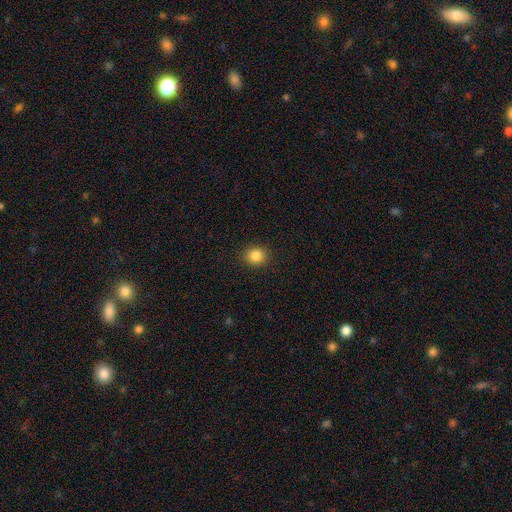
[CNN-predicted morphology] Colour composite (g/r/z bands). It shows a smooth galaxy with no disk features (85%) that is round (79%). Merging: none (91%).